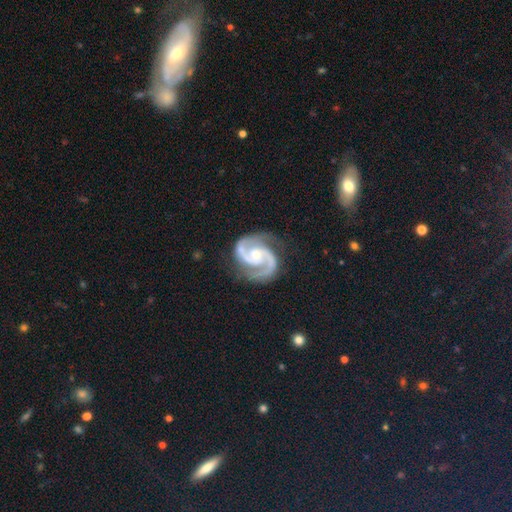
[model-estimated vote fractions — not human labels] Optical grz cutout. It shows a featured or disk galaxy (94%) with no bar (60%), 2 (94%) medium (59%) spiral arms (99%) and a small central bulge (52%). Merging: none (80%).